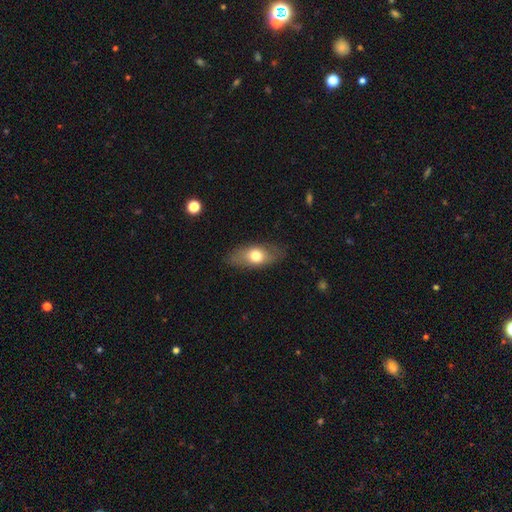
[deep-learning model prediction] Smooth or featured: smooth — 65% (featured or disk — 28%)
How rounded: in between — 82% (cigar-shaped — 10%)
Merging: none — 80% (minor disturbance — 15%)